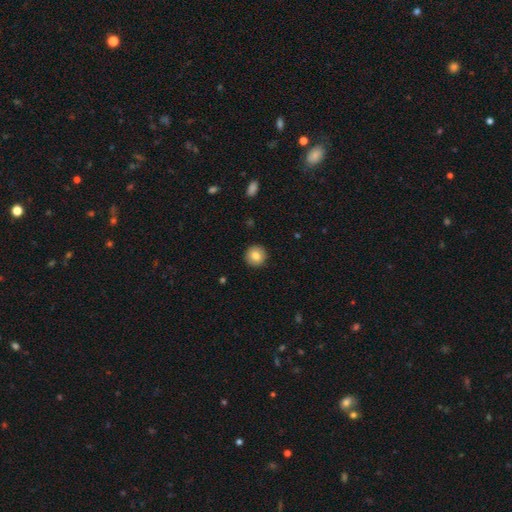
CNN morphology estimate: smooth-or-featured: smooth: 83% | featured or disk: 9% | star or artifact: 8%
  how-rounded: round: 94% | in between: 5% | cigar-shaped: 1%
  merging: none: 92% | minor disturbance: 5% | major disturbance: 2% | merger: 1%